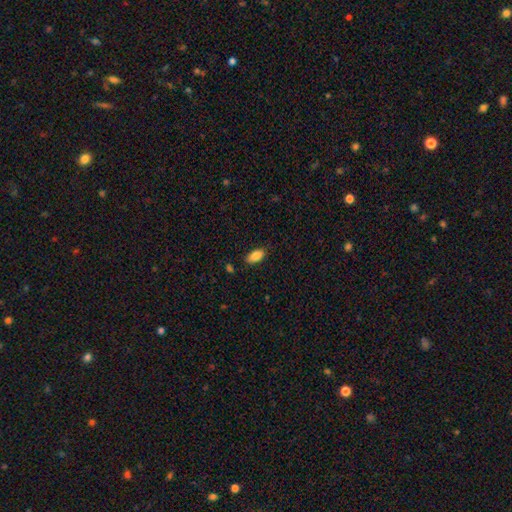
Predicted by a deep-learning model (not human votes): Smooth or featured: smooth — 86% (star or artifact — 8%)
How rounded: in between — 91% (cigar-shaped — 6%)
Merging: none — 80% (minor disturbance — 15%)